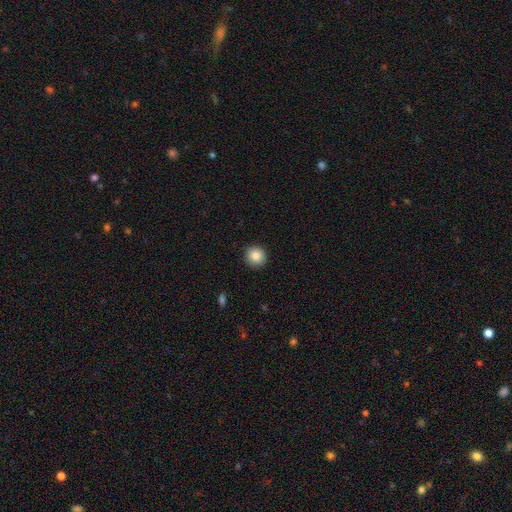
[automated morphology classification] Q: Smooth or featured?
A: smooth (86%); runner-up: star or artifact (9%)
Q: How rounded?
A: round (92%); runner-up: in between (7%)
Q: Merging?
A: none (90%); runner-up: minor disturbance (7%)